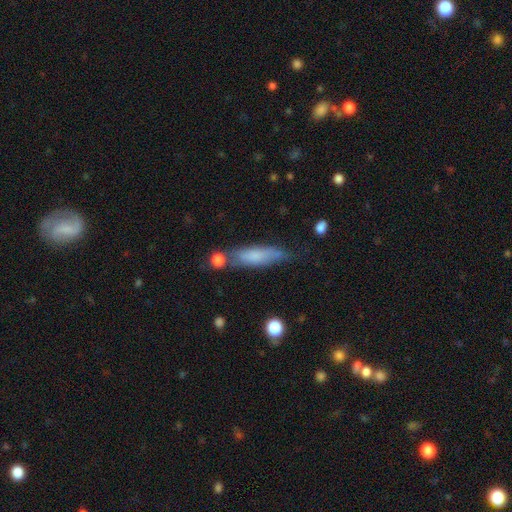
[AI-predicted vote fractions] The model was most divided on "merging": none: 63%, minor disturbance: 23%, merger: 8%, major disturbance: 6%. More confident: how rounded — cigar-shaped (71%); smooth or featured — smooth (71%).